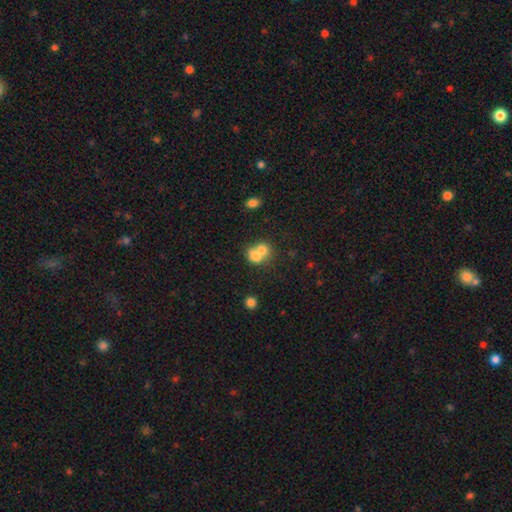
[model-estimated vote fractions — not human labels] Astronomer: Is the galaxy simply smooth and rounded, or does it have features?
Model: smooth — 71%.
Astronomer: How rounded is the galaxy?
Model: round — 62% (runner-up: in between, 37%).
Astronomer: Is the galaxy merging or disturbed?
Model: merger — 68%.